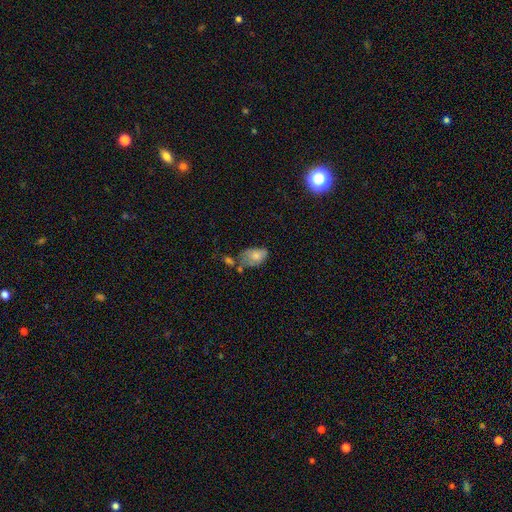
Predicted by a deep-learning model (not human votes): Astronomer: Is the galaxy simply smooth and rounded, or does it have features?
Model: smooth — 70%.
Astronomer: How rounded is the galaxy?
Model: in between — 87%.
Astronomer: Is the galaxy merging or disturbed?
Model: minor disturbance — 31% (runner-up: none, 29%).